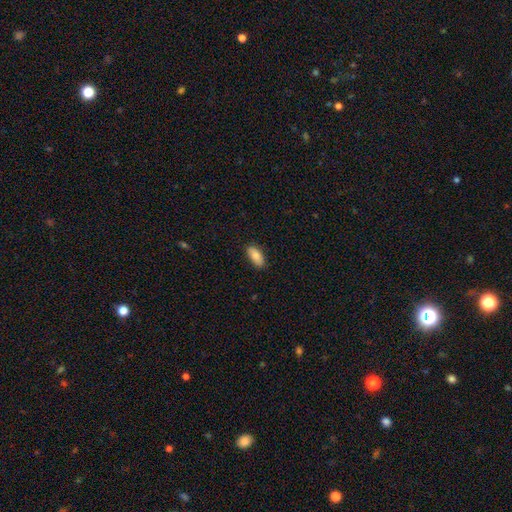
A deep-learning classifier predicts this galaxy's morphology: This appears to be a smooth galaxy with no disk features (84%) that is in between round and cigar-shaped (87%). Merging: none (86%).